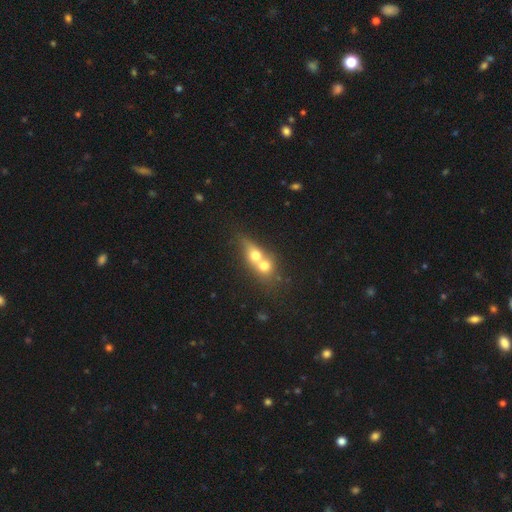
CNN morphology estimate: The model was most divided on "how rounded": round: 51%, in between: 41%, cigar-shaped: 8%. More confident: merging — merger (77%); smooth or featured — smooth (61%).